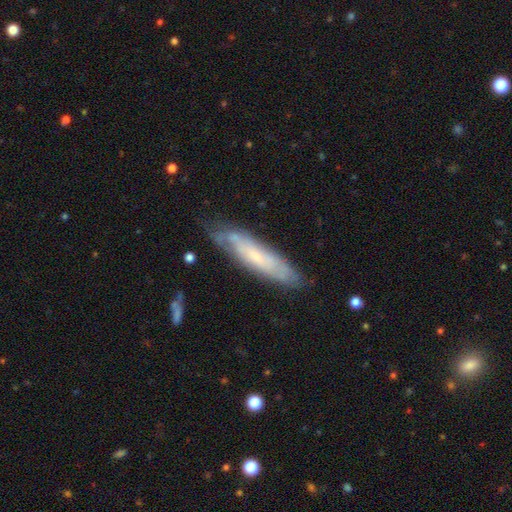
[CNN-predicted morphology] Q: Smooth or featured?
A: featured or disk (52%); runner-up: smooth (41%)
Q: Edge-on disk?
A: no (56%); runner-up: yes (44%)
Q: Merging?
A: none (67%); runner-up: minor disturbance (24%)